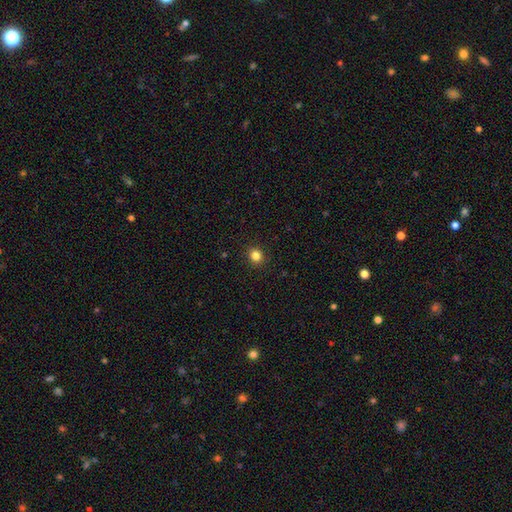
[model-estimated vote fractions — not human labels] Smooth or featured?
  - smooth: 83% *
  - star or artifact: 12%
  - featured or disk: 5%
How rounded?
  - round: 88% *
  - in between: 11%
  - cigar-shaped: 1%
Merging?
  - none: 92% *
  - minor disturbance: 5%
  - major disturbance: 2%
  - merger: 1%